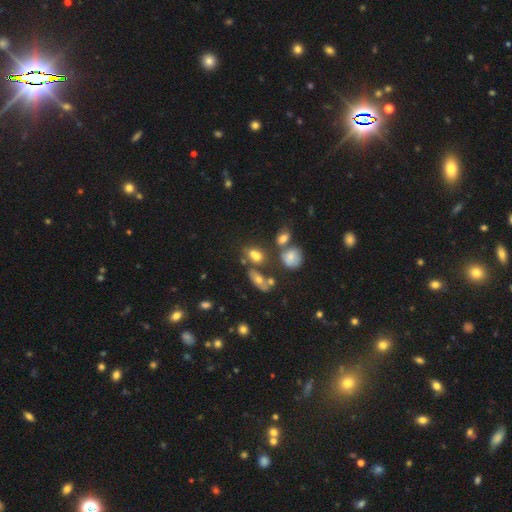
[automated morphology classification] Smooth or featured? Predicted: smooth (p=0.66). How rounded? Predicted: in between (p=0.72). Merging? Predicted: none (p=0.45).